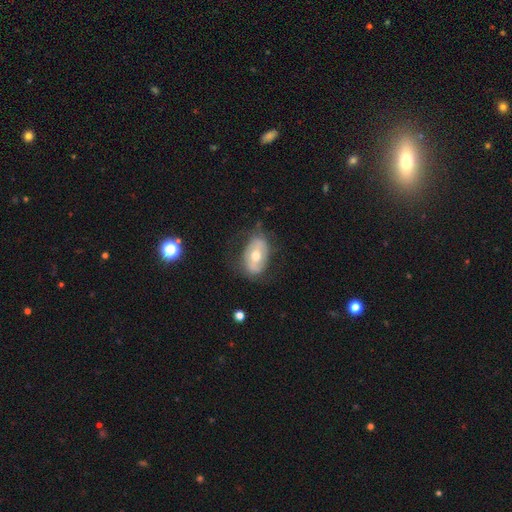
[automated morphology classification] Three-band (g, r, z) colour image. It shows a featured or disk galaxy (57%) with no bar (34%), no spiral arms (59%) and a moderate central bulge (75%). Merging: none (66%).